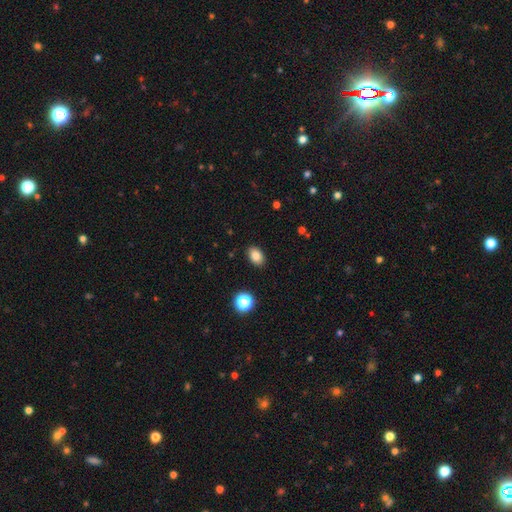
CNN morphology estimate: This is clearly a smooth galaxy (84%). How rounded: clearly in between (83%). Merging: clearly none (88%).